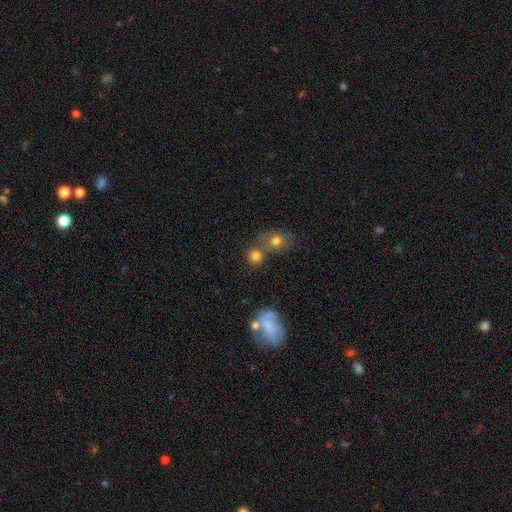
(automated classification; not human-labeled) Smooth or featured? Predicted: smooth (p=0.77). How rounded? Predicted: round (p=0.83). Merging? Predicted: none (p=0.51).